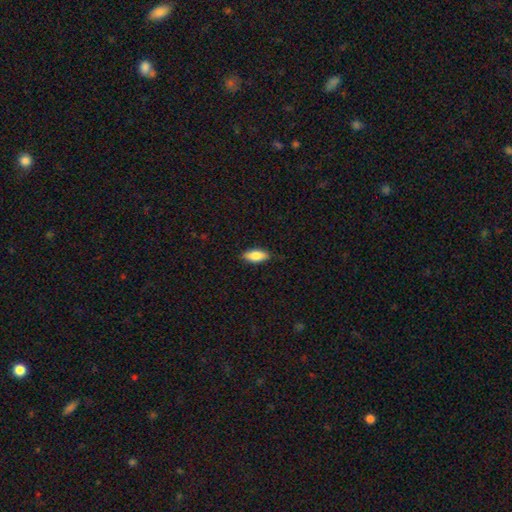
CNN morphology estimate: smooth 82%, featured or disk 12%, star or artifact 6%. Down the decision tree: how rounded — in between (81%); merging — none (86%).